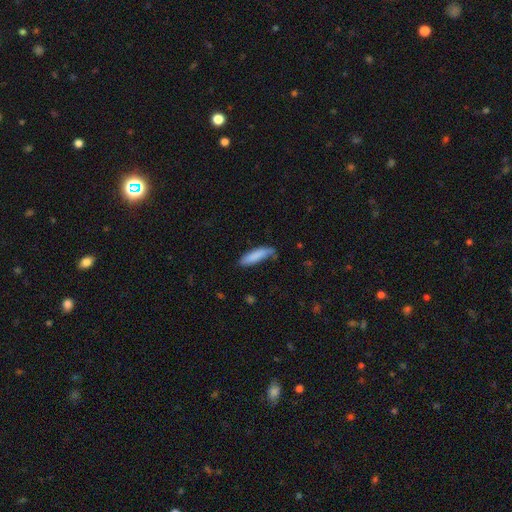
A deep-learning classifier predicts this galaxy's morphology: A smooth galaxy with no disk features (85%) that is cigar-shaped (72%).

Vote fractions:
- Smooth or featured? smooth: 85% / featured or disk: 10% / star or artifact: 6%
- How rounded? cigar-shaped: 72% / in between: 27% / round: 1%
- Merging? none: 64% / minor disturbance: 26% / major disturbance: 6% / merger: 3%